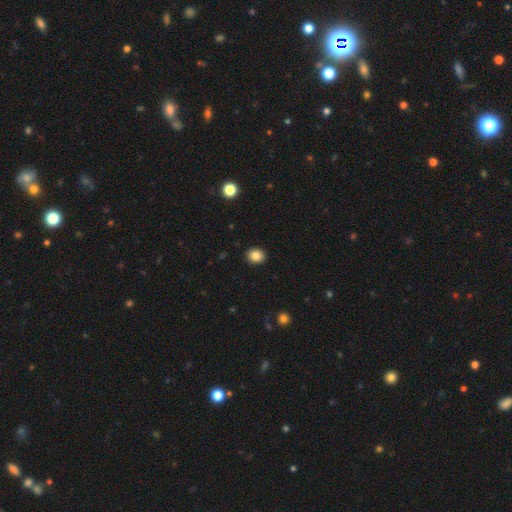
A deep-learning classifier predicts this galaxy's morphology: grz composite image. It shows a smooth galaxy with no disk features (85%) that is round (67%). Merging: none (92%).